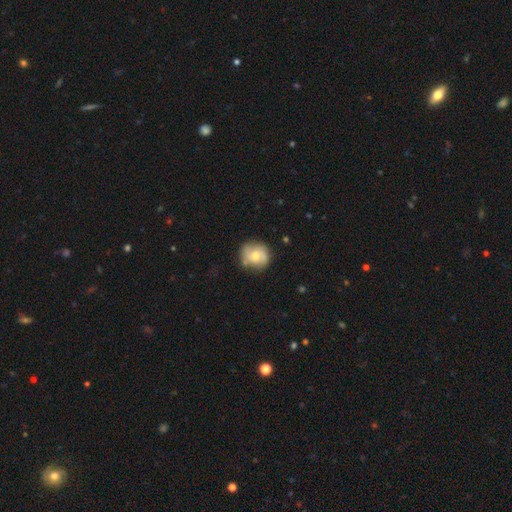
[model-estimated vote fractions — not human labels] smooth 50%, featured or disk 43%, star or artifact 7%. Down the decision tree: merging — none (72%).